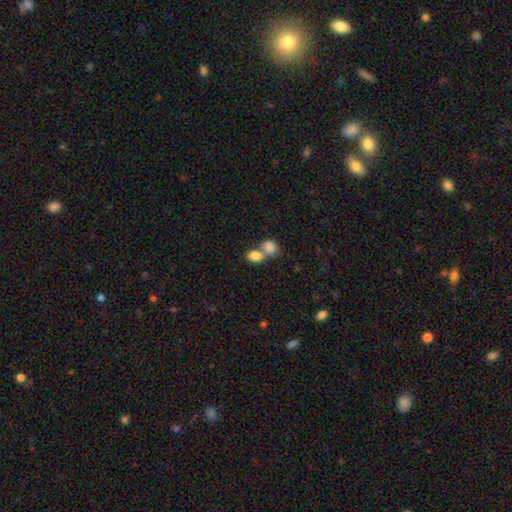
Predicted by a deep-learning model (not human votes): smooth-or-featured: smooth: 84% | star or artifact: 8% | featured or disk: 8%
  how-rounded: in between: 75% | round: 23% | cigar-shaped: 1%
  merging: merger: 61% | none: 29% | minor disturbance: 7% | major disturbance: 3%